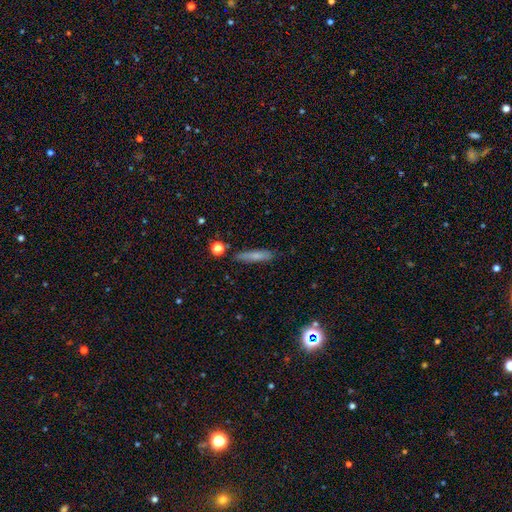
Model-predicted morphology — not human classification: A smooth galaxy with no disk features (70%) that is cigar-shaped (82%).

Vote fractions:
- Smooth or featured? smooth: 70% / featured or disk: 21% / star or artifact: 9%
- How rounded? cigar-shaped: 82% / in between: 16% / round: 2%
- Merging? none: 81% / minor disturbance: 13% / major disturbance: 3% / merger: 3%